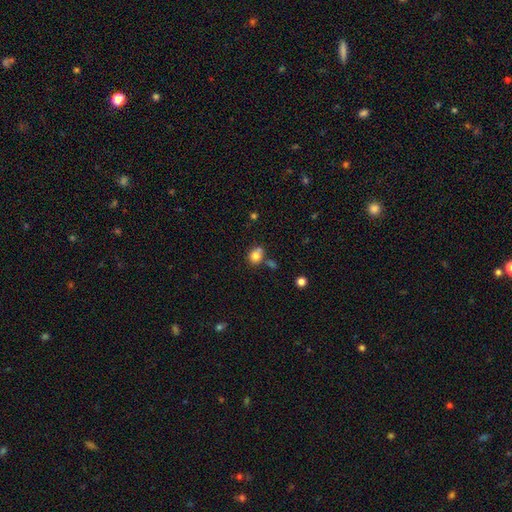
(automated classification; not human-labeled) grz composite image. It shows a smooth galaxy with no disk features (81%) that is round (62%). Merging: none (57%).